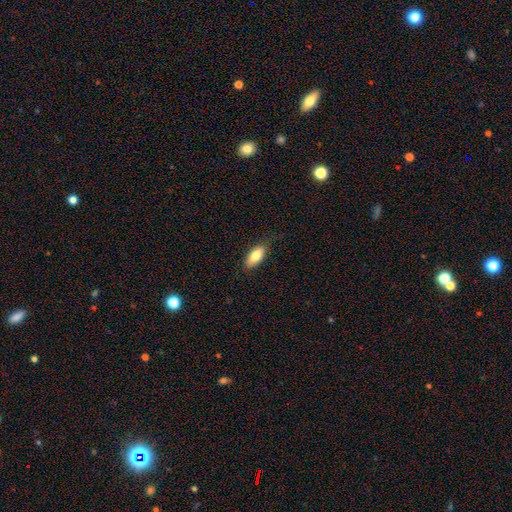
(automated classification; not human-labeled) Smooth or featured: smooth — 78% (featured or disk — 16%)
How rounded: in between — 86% (cigar-shaped — 11%)
Merging: none — 81% (minor disturbance — 15%)